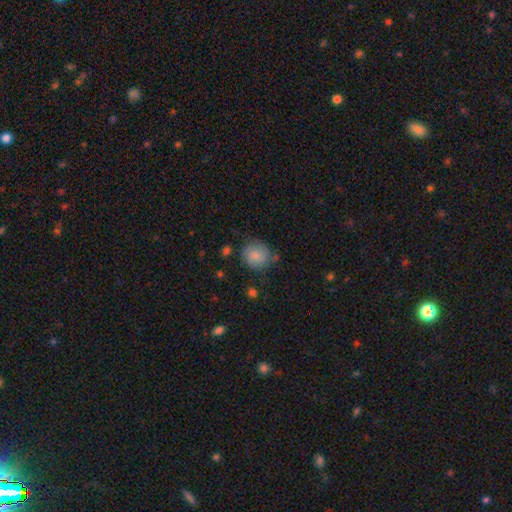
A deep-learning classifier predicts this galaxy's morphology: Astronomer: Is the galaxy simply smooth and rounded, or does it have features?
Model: smooth — 78%.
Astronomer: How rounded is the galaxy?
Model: round — 82%.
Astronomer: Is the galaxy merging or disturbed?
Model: none — 69%.